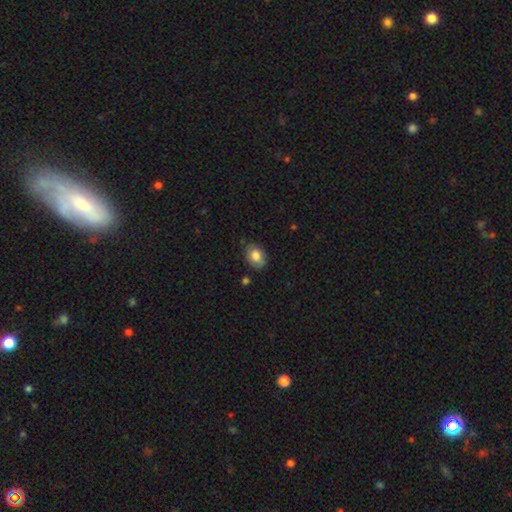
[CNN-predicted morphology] smooth_or_featured: smooth (p=0.80) [alt: featured or disk p=0.12]
how_rounded: in between (p=0.71) [alt: round p=0.28]
merging: none (p=0.74) [alt: minor disturbance p=0.20]